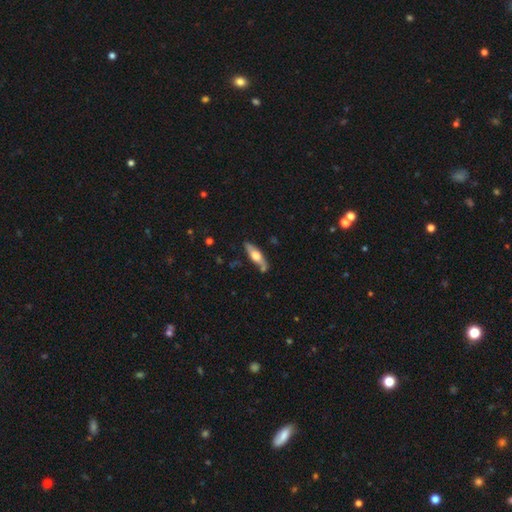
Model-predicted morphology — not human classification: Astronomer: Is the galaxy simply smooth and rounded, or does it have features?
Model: featured or disk — 51% (runner-up: smooth, 44%).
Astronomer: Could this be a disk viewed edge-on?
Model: yes — 85%.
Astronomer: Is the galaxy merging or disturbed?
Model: none — 77%.